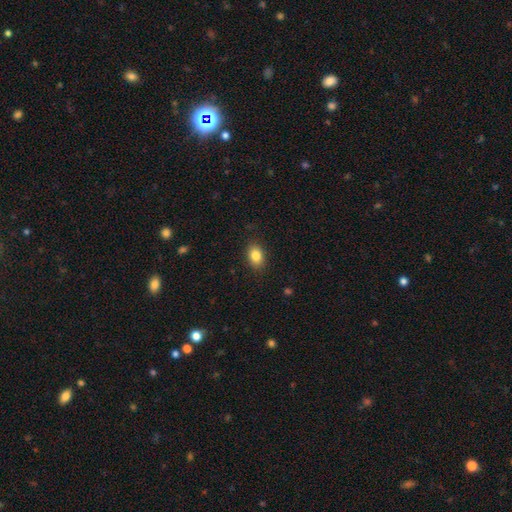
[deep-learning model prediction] Morphology: type=smooth (84%); roundness=in between (79%); merging=none (88%).